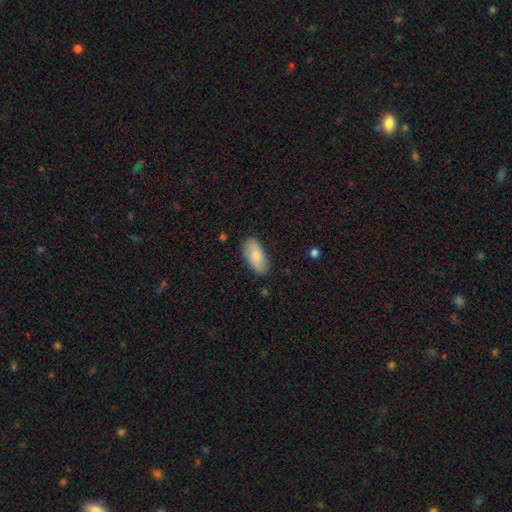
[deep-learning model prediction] Q: Smooth or featured?
A: smooth (80%); runner-up: featured or disk (15%)
Q: How rounded?
A: in between (91%); runner-up: cigar-shaped (7%)
Q: Merging?
A: none (84%); runner-up: minor disturbance (13%)